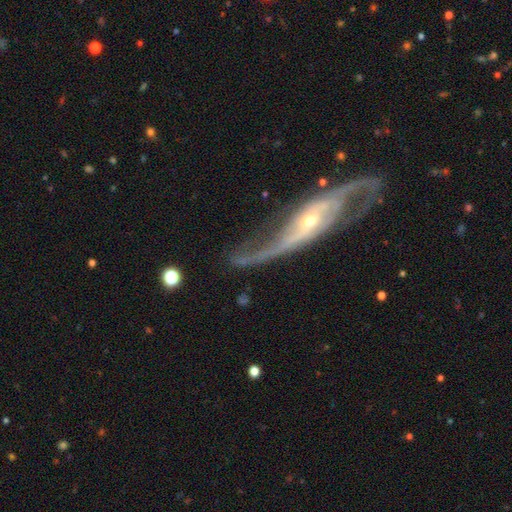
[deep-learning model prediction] Smooth or featured? featured or disk (90%)
Edge-on disk? no (87%)
Bar? no (45%)
Spiral arms? yes (96%)
Spiral winding? loose (63%)
Spiral arm count? 2 (90%)
Bulge size? small (68%)
Merging? none (68%)